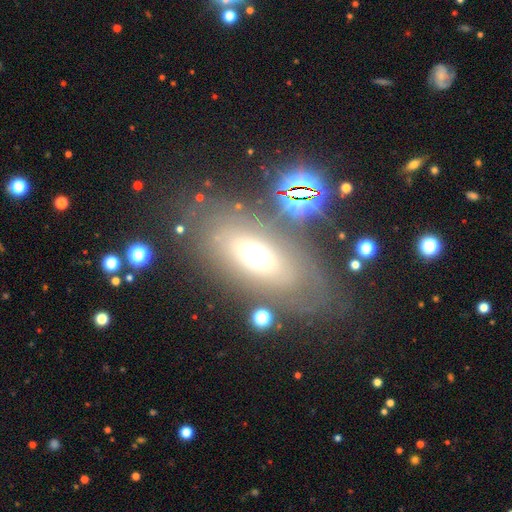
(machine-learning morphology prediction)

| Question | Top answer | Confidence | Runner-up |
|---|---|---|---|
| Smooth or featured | smooth | 46% | featured or disk (31%) |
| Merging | none | 67% | minor disturbance (14%) |